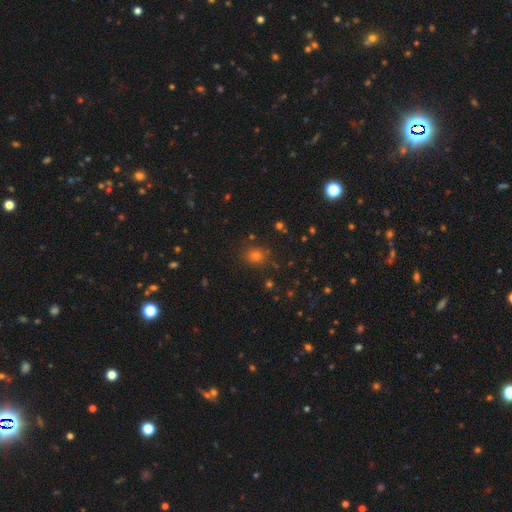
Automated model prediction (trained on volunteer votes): This is likely a smooth galaxy (68%). How rounded: likely round (74%). Merging: clearly none (85%).